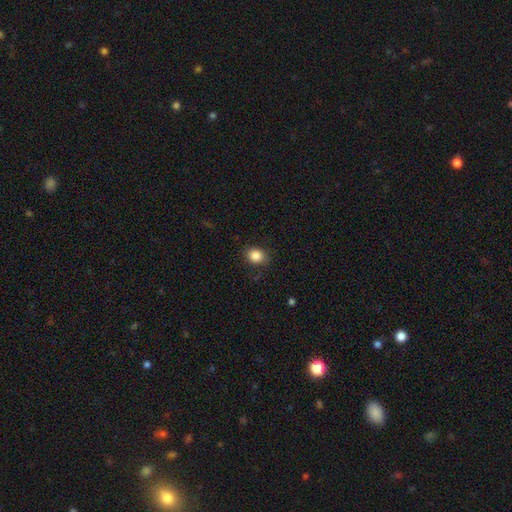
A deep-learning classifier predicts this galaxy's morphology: Smooth or featured? smooth (86%)
How rounded? round (50%)
Merging? none (84%)